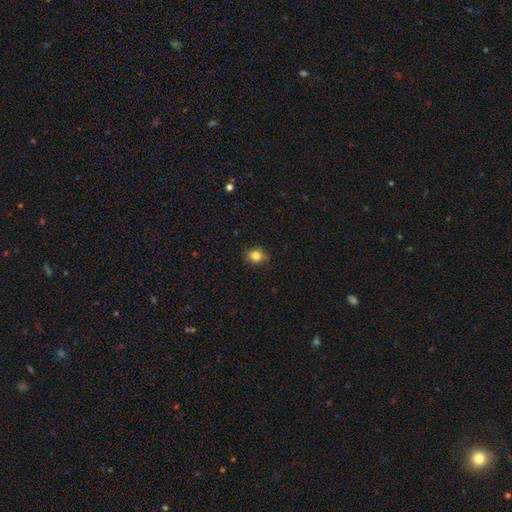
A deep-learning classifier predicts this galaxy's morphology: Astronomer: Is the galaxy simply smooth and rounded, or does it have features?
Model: smooth — 84%.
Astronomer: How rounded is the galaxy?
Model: round — 55% (runner-up: in between, 44%).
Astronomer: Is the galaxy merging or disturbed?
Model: none — 85%.